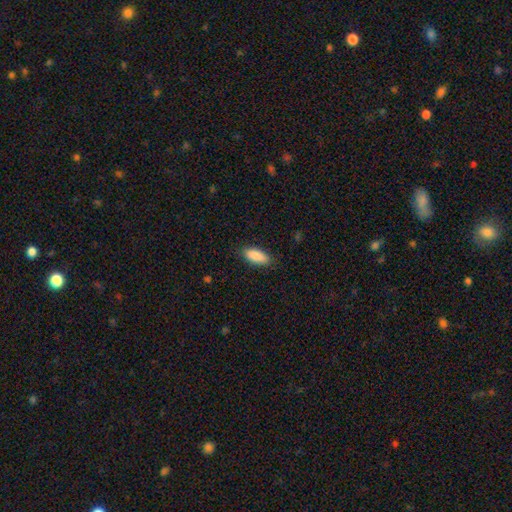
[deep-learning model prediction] Smooth or featured?
  - smooth: 90% *
  - star or artifact: 6%
  - featured or disk: 4%
How rounded?
  - in between: 83% *
  - cigar-shaped: 15%
  - round: 2%
Merging?
  - none: 85% *
  - minor disturbance: 11%
  - major disturbance: 3%
  - merger: 1%